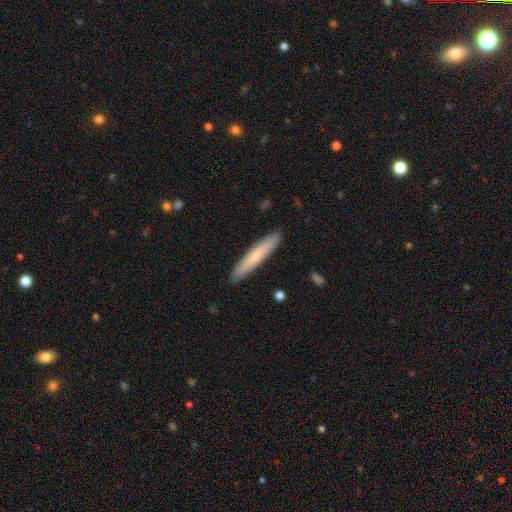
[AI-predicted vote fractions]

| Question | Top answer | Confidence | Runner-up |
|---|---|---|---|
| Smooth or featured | smooth | 64% | featured or disk (30%) |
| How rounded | cigar-shaped | 92% | in between (6%) |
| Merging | none | 90% | minor disturbance (7%) |